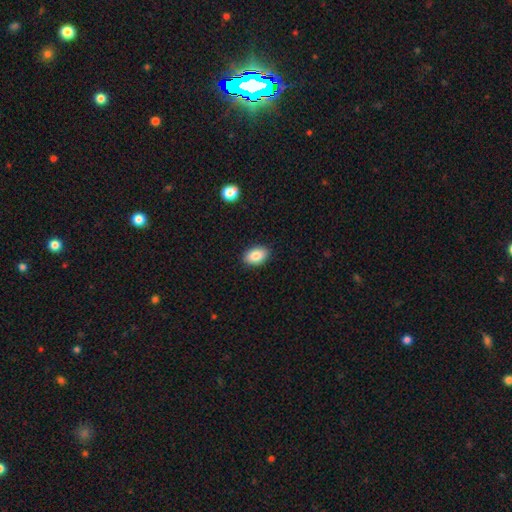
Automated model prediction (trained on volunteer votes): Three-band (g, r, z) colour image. It shows a smooth galaxy with no disk features (86%) that is in between round and cigar-shaped (89%). Merging: none (89%).